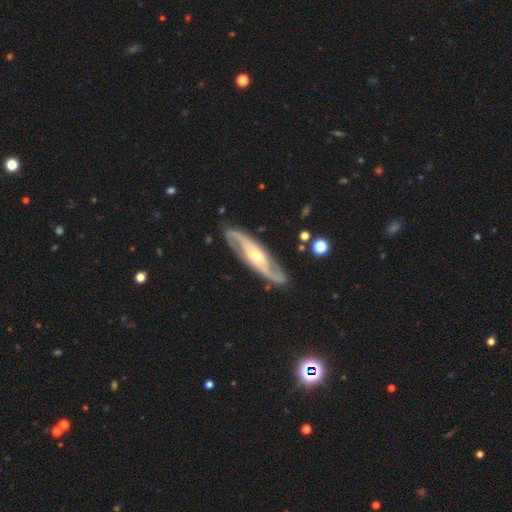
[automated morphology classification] Smooth or featured? featured or disk (89%)
Edge-on disk? no (86%)
Bar? no (41%)
Spiral arms? yes (97%)
Spiral winding? medium (53%)
Spiral arm count? 2 (93%)
Bulge size? moderate (61%)
Merging? none (86%)